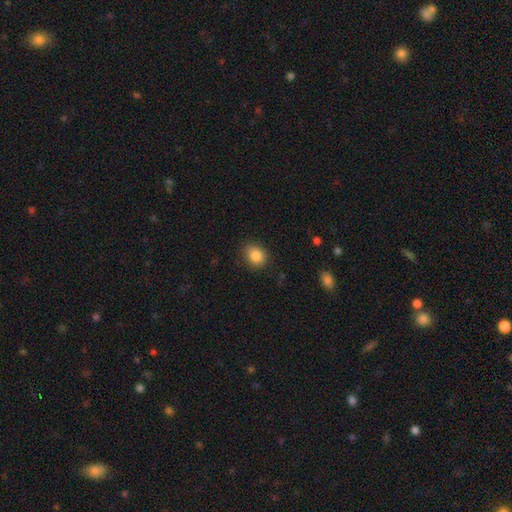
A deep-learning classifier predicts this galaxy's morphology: smooth_or_featured: smooth (p=0.85) [alt: star or artifact p=0.09]
how_rounded: round (p=0.59) [alt: in between p=0.40]
merging: none (p=0.86) [alt: minor disturbance p=0.10]